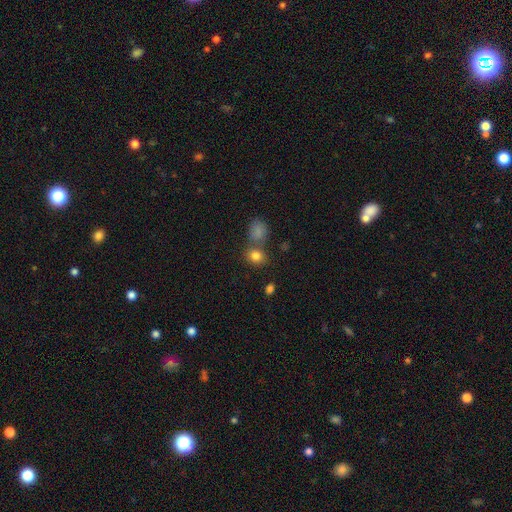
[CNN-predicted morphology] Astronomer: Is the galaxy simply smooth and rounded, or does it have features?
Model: smooth — 82%.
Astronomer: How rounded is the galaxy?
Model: round — 61% (runner-up: in between, 38%).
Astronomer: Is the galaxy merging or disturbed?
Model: none — 58%.